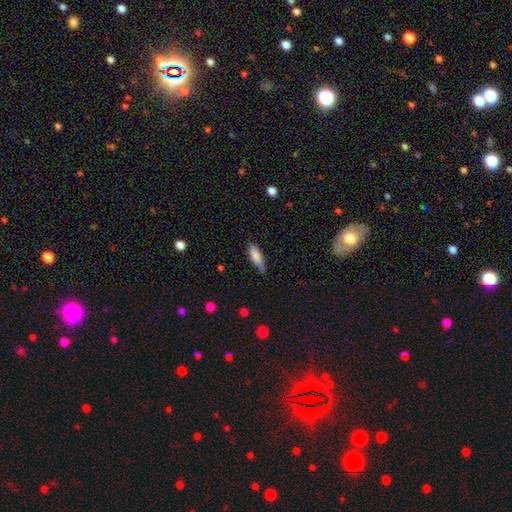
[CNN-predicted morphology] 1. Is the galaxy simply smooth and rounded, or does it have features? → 83% smooth, 11% featured or disk, 6% star or artifact.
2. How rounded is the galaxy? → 54% in between, 44% cigar-shaped, 2% round.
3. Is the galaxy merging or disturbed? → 67% none, 27% minor disturbance, 4% major disturbance, 2% merger.